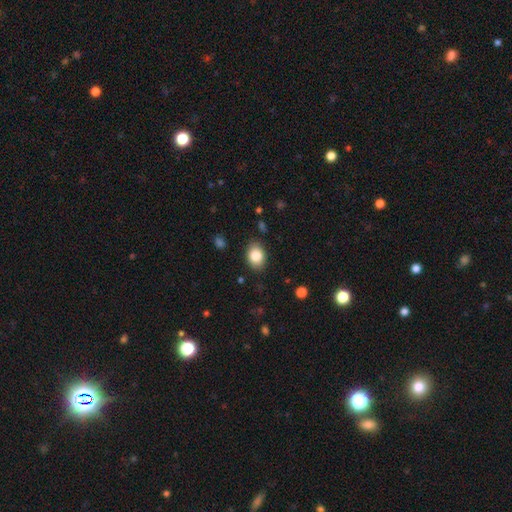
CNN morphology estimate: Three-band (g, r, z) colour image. It shows a smooth galaxy with no disk features (85%) that is in between round and cigar-shaped (72%). Merging: none (85%).